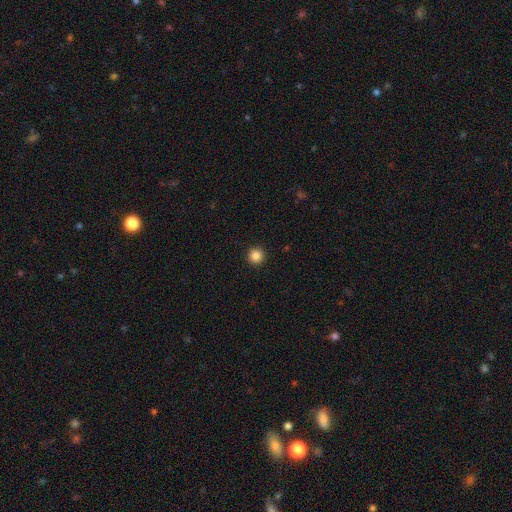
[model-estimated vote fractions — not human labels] A smooth galaxy with no disk features (85%) that is round (96%). Merging: none (93%).